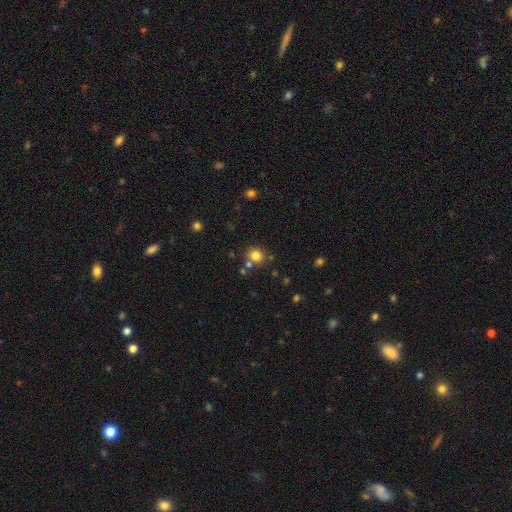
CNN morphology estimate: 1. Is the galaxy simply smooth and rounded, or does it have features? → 80% smooth, 13% star or artifact, 7% featured or disk.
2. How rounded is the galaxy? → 81% round, 18% in between, 1% cigar-shaped.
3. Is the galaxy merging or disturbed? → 73% none, 13% merger, 10% minor disturbance, 3% major disturbance.